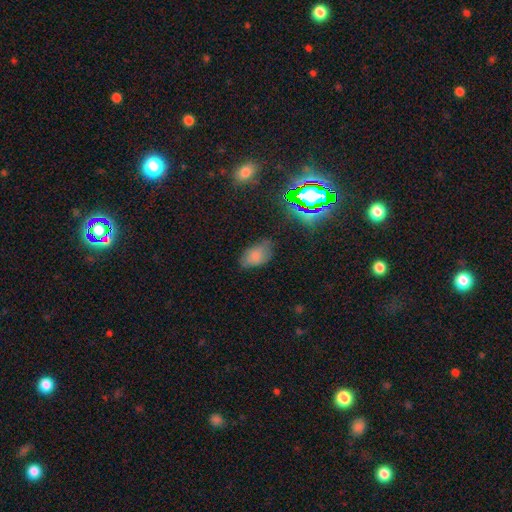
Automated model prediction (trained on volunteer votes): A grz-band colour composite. It shows a smooth galaxy with no disk features (74%) that is in between round and cigar-shaped (91%). Merging: none (61%).